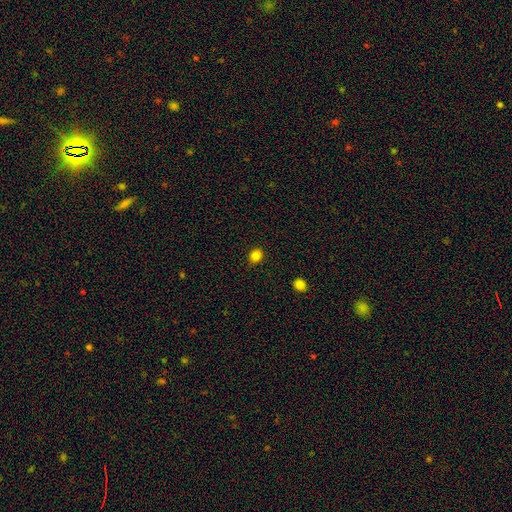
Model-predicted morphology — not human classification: type=smooth (84%); roundness=round (64%); merging=none (89%).